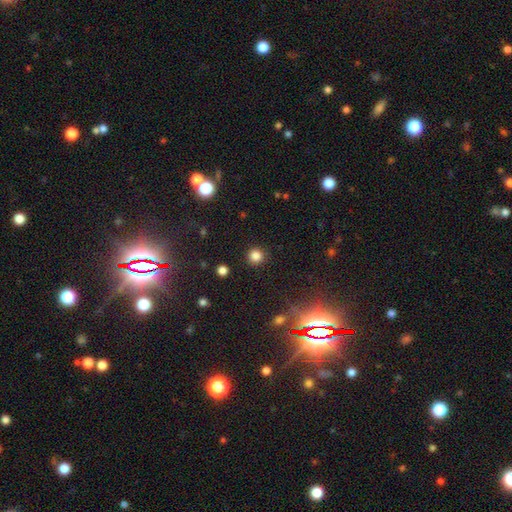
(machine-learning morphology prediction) This is clearly a smooth galaxy (83%). How rounded: clearly round (94%). Merging: clearly none (91%).